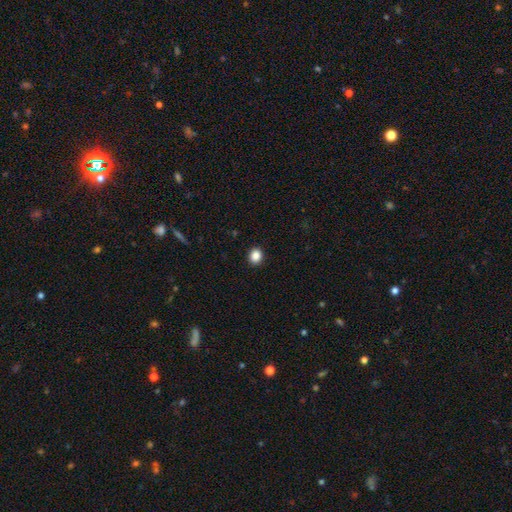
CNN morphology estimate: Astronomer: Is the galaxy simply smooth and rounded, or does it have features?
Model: smooth — 87%.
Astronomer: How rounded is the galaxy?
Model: round — 76%.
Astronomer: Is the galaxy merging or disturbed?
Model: none — 92%.